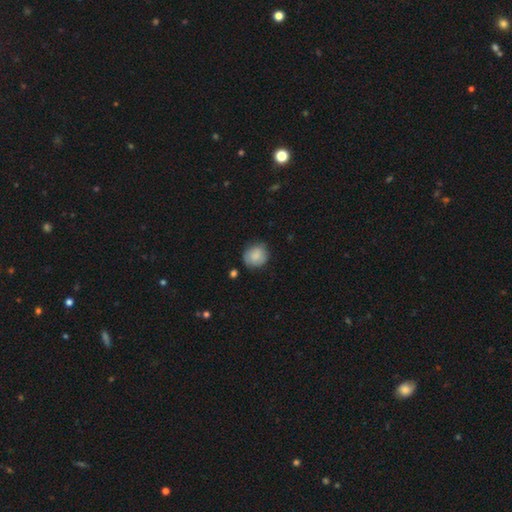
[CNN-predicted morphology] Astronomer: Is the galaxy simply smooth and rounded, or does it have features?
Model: smooth — 84%.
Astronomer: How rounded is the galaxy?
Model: round — 81%.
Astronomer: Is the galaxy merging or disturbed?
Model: none — 76%.